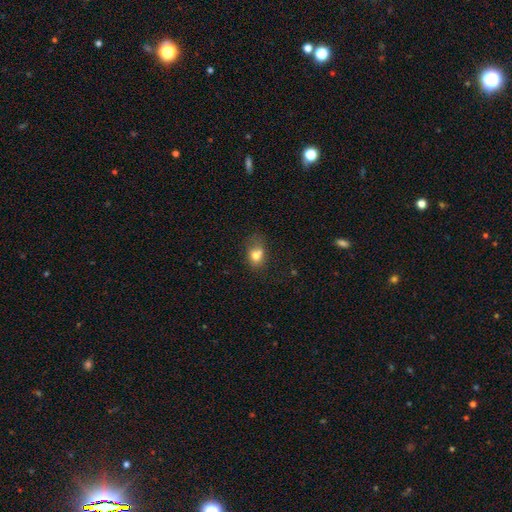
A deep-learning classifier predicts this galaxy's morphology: smooth_or_featured: smooth (p=0.72) [alt: featured or disk p=0.16]
how_rounded: in between (p=0.62) [alt: round p=0.36]
merging: none (p=0.36) [alt: minor disturbance p=0.25]